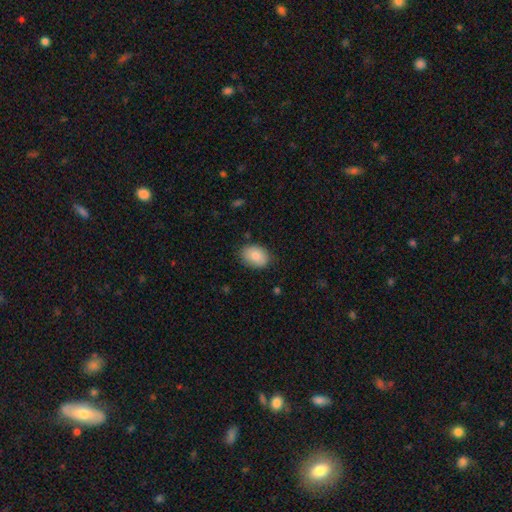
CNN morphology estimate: smooth 85%, featured or disk 8%, star or artifact 7%. Down the decision tree: how rounded — in between (78%); merging — none (81%).